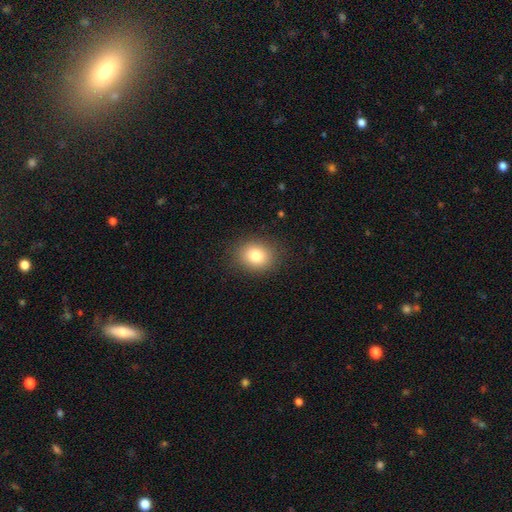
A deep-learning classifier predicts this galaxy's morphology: type=smooth (80%); roundness=round (58%); merging=none (88%).